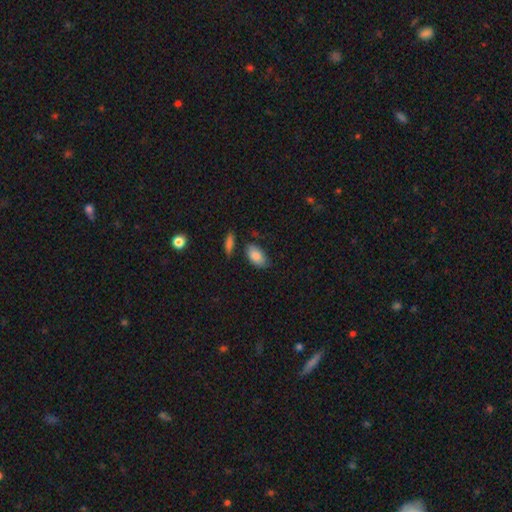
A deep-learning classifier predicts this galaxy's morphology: This is clearly a smooth galaxy (85%). How rounded: clearly in between (93%). Merging: likely none (74%).